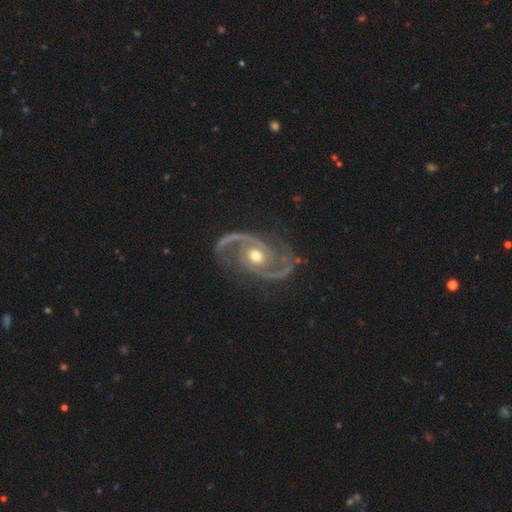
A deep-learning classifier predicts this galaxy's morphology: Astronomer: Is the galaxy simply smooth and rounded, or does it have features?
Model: featured or disk — 94%.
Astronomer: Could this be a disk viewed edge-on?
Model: no — 98%.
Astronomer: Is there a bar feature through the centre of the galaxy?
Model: no — 64%.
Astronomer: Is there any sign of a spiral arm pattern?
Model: yes — 98%.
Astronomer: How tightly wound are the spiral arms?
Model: medium — 58%.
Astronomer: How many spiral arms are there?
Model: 2 — 93%.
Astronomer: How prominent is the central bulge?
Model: moderate — 70%.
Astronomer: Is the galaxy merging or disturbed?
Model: none — 78%.